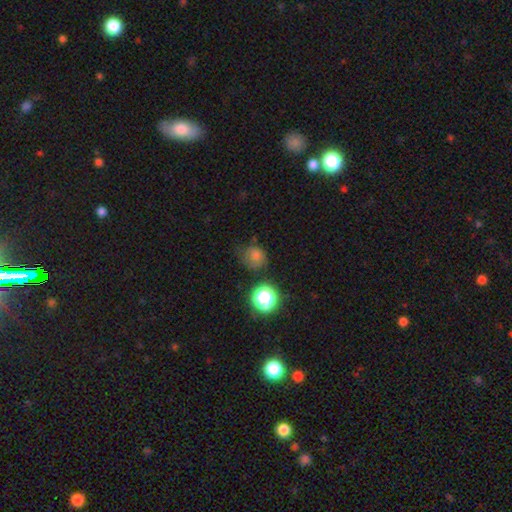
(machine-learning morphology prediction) This is likely a smooth galaxy (69%). How rounded: likely round (77%). Merging: possibly none (56%).